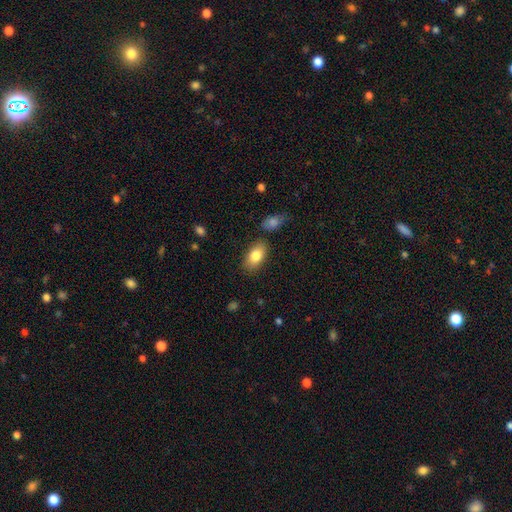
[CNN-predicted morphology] This appears to be a smooth galaxy with no disk features (82%) that is in between round and cigar-shaped (92%). Merging: none (82%).